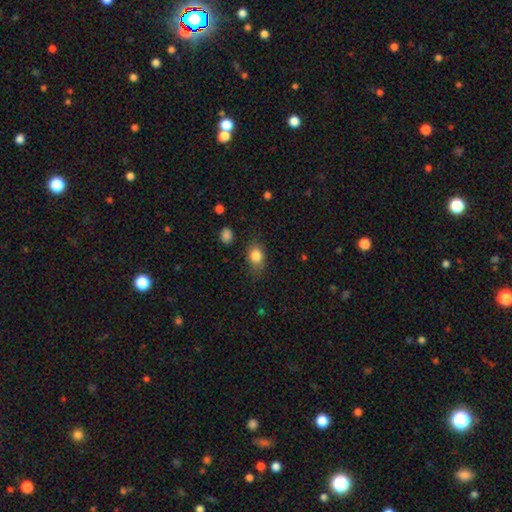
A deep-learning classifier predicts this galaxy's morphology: This is clearly a smooth galaxy (82%). How rounded: likely in between (69%). Merging: likely none (75%).